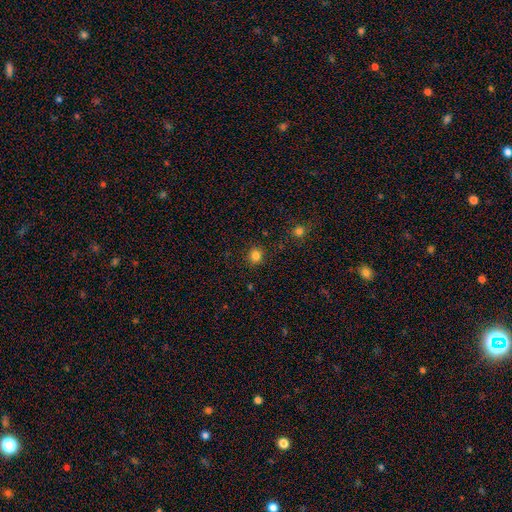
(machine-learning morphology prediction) The model was most divided on "smooth or featured": smooth: 83%, star or artifact: 13%, featured or disk: 4%. More confident: merging — none (90%); how rounded — round (90%).